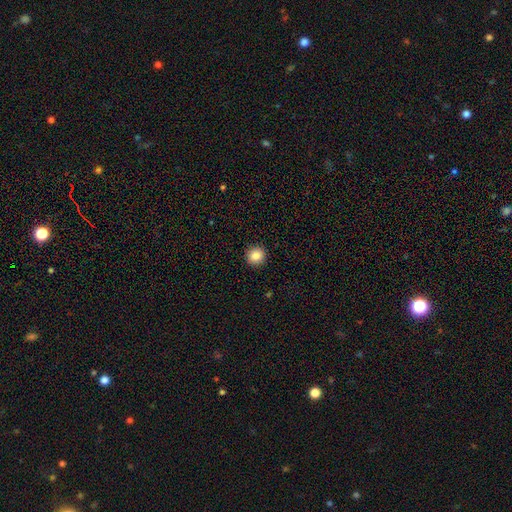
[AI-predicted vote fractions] smooth 86%, star or artifact 9%, featured or disk 5%. Down the decision tree: how rounded — round (93%); merging — none (93%).